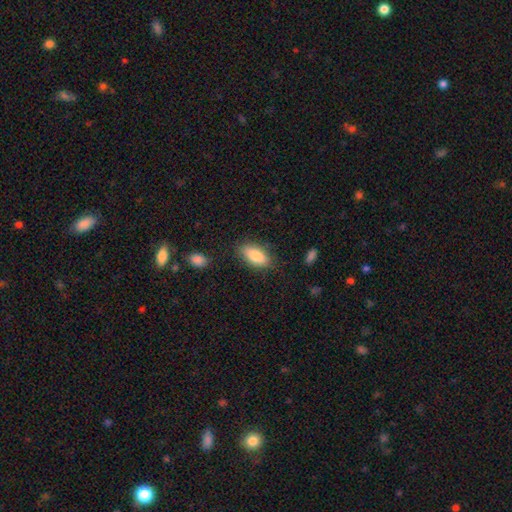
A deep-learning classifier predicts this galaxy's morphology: smooth-or-featured: smooth: 84% | featured or disk: 9% | star or artifact: 7%
  how-rounded: in between: 86% | cigar-shaped: 12% | round: 3%
  merging: none: 81% | minor disturbance: 13% | major disturbance: 3% | merger: 2%